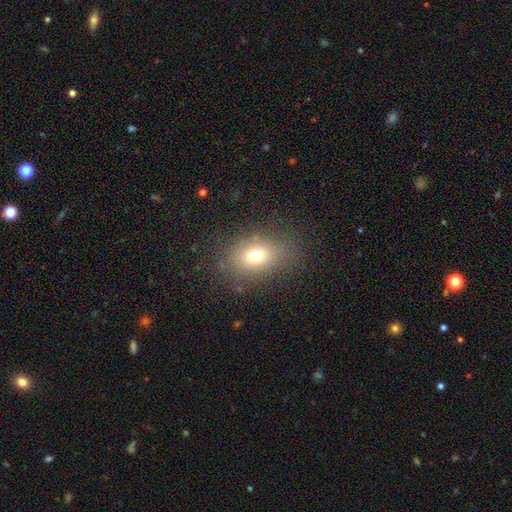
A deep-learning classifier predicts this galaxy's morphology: A smooth galaxy with no disk features (73%) that is in between round and cigar-shaped (76%). Merging: none (78%).